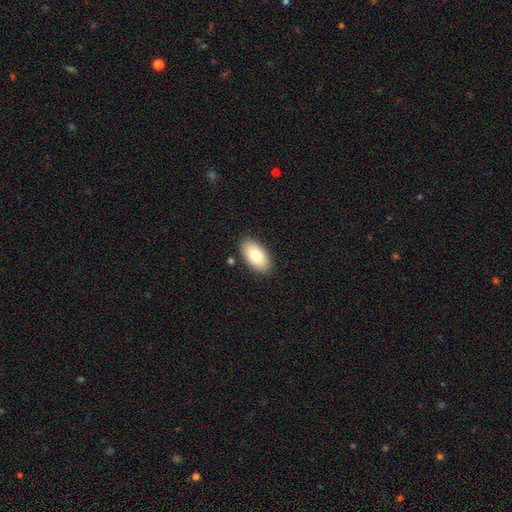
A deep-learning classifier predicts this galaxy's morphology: This is likely a smooth galaxy (78%). How rounded: clearly in between (94%). Merging: clearly none (87%).